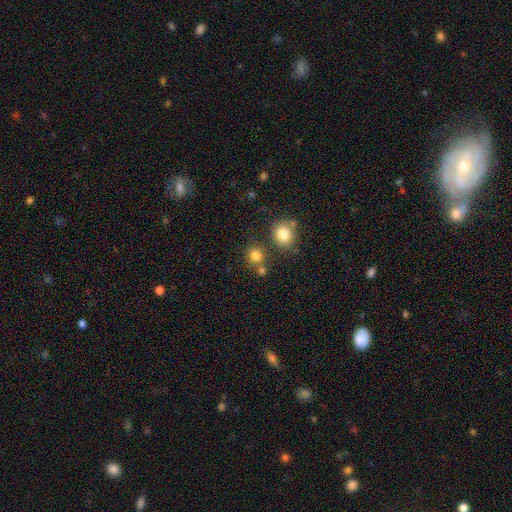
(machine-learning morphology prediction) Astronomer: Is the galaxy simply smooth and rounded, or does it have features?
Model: smooth — 80%.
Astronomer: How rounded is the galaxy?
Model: round — 84%.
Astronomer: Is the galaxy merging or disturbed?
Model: none — 69%.